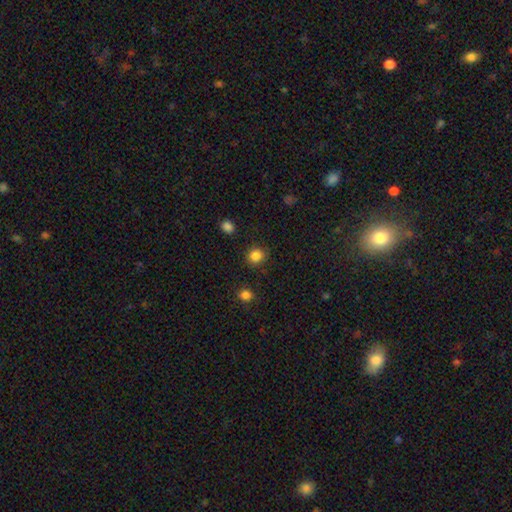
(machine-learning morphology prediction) Smooth or featured? Predicted: smooth (p=0.85). How rounded? Predicted: round (p=0.86). Merging? Predicted: none (p=0.87).